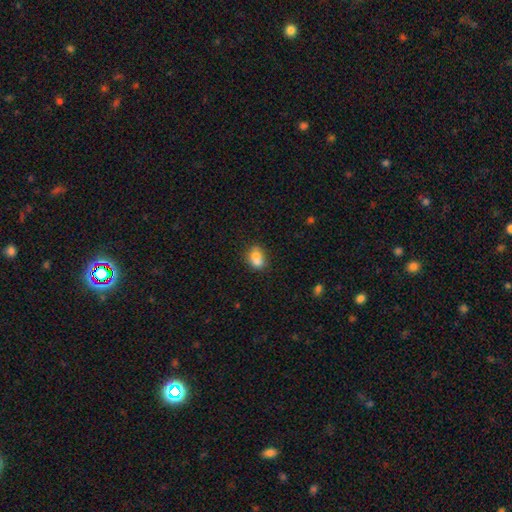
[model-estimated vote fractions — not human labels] smooth 74%, featured or disk 16%, star or artifact 10%. Down the decision tree: how rounded — in between (65%); merging — none (41%).